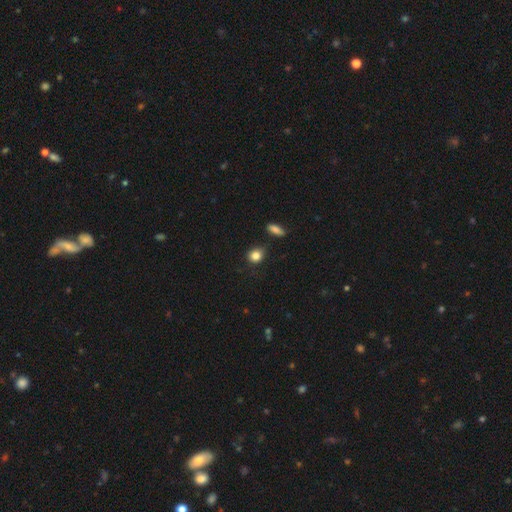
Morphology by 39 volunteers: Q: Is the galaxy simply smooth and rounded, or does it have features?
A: smooth — 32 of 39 (82%).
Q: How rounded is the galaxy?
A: round — 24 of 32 (75%).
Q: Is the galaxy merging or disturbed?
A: none — 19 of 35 (54%).